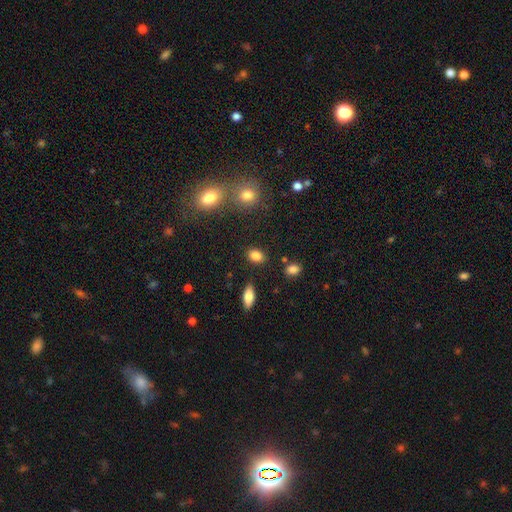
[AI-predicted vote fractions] Morphology: type=smooth (84%); roundness=in between (77%); merging=none (84%).